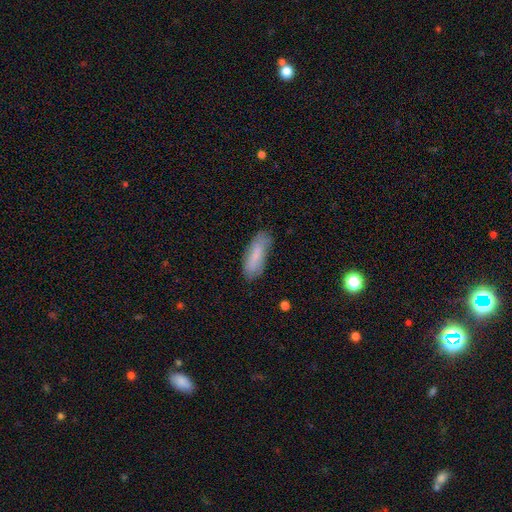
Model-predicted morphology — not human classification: Smooth or featured? smooth (77%)
How rounded? in between (60%)
Merging? none (73%)